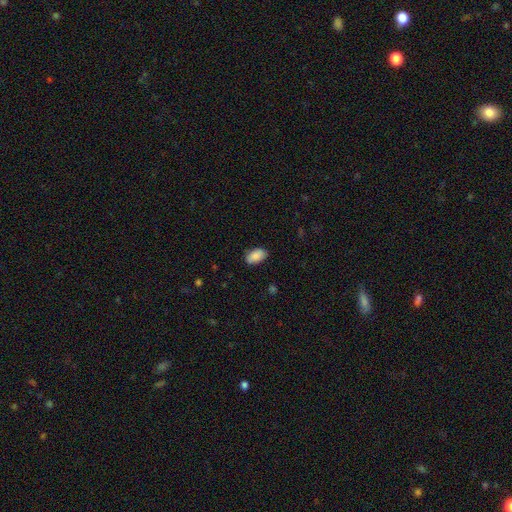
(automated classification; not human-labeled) Smooth or featured? Predicted: smooth (p=0.89). How rounded? Predicted: in between (p=0.94). Merging? Predicted: none (p=0.85).